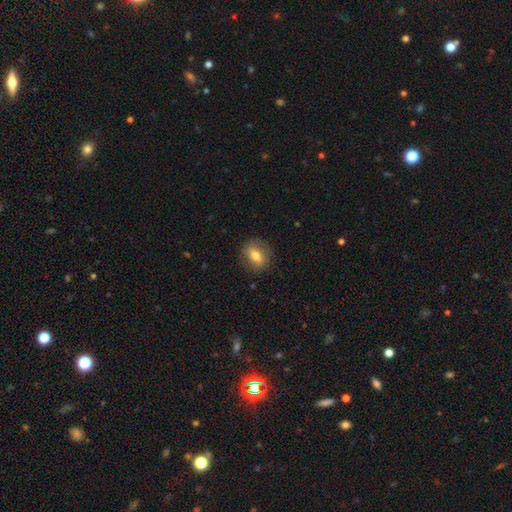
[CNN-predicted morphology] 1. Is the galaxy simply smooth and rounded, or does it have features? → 65% smooth, 26% featured or disk, 8% star or artifact.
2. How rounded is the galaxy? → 51% round, 47% in between, 3% cigar-shaped.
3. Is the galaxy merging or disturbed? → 83% none, 12% minor disturbance, 4% major disturbance, 1% merger.